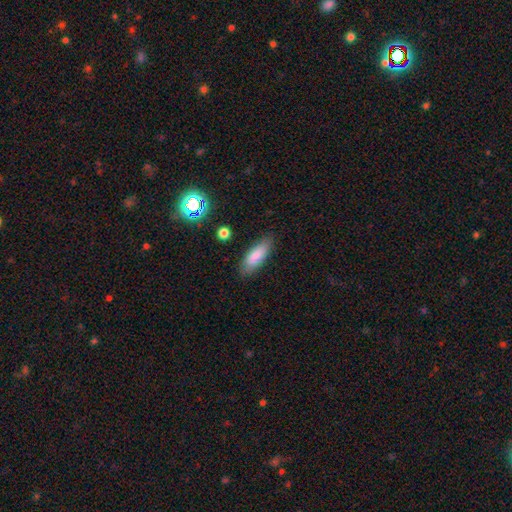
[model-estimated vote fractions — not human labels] Q: Smooth or featured?
A: smooth (84%); runner-up: featured or disk (10%)
Q: How rounded?
A: in between (63%); runner-up: cigar-shaped (36%)
Q: Merging?
A: none (82%); runner-up: minor disturbance (13%)